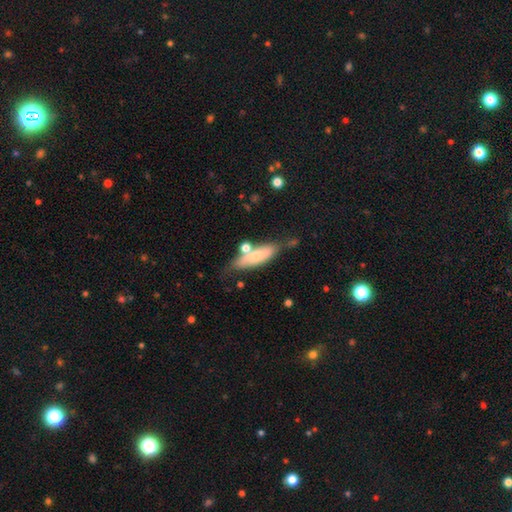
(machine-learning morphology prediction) Smooth or featured?
  - smooth: 63% *
  - featured or disk: 30%
  - star or artifact: 7%
How rounded?
  - in between: 51% *
  - cigar-shaped: 46%
  - round: 3%
Merging?
  - none: 55% *
  - minor disturbance: 22%
  - merger: 17%
  - major disturbance: 7%